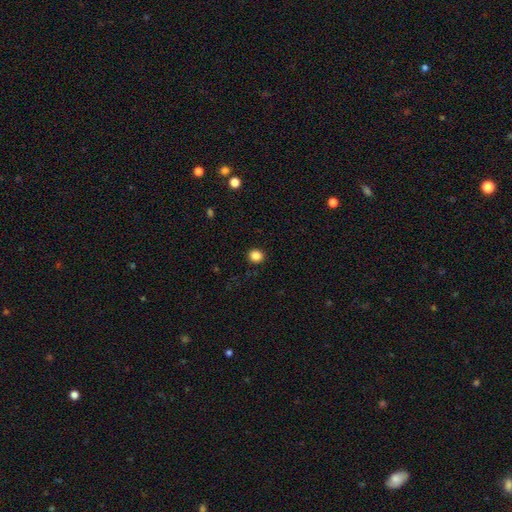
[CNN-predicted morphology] Smooth or featured: smooth — 86% (star or artifact — 11%)
How rounded: round — 79% (in between — 20%)
Merging: none — 91% (minor disturbance — 6%)